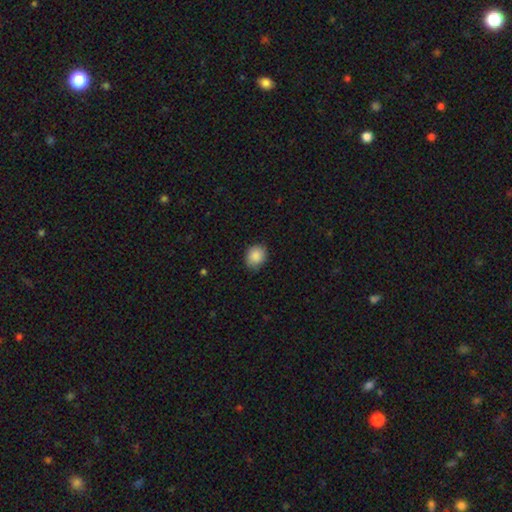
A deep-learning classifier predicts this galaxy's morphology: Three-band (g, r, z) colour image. It shows a smooth galaxy with no disk features (89%) that is round (70%). Merging: none (82%).